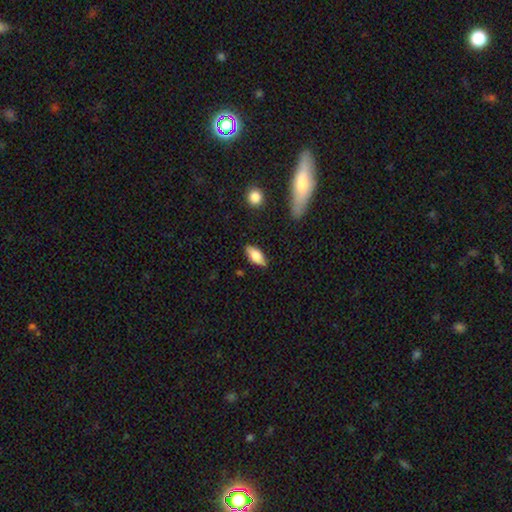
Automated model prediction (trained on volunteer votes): Smooth or featured?
  - smooth: 73% *
  - featured or disk: 20%
  - star or artifact: 7%
How rounded?
  - in between: 85% *
  - cigar-shaped: 12%
  - round: 3%
Merging?
  - none: 83% *
  - minor disturbance: 13%
  - major disturbance: 3%
  - merger: 2%